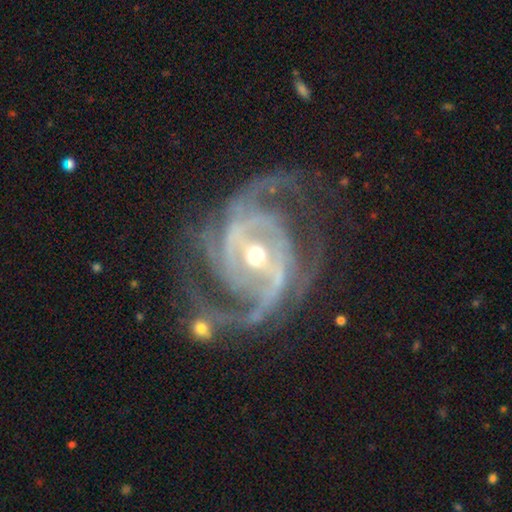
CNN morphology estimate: A featured or disk galaxy (92%) with a strong bar (45%), 2 (49%) medium (51%) spiral arms (98%) and a moderate central bulge (60%). Merging: none (60%).